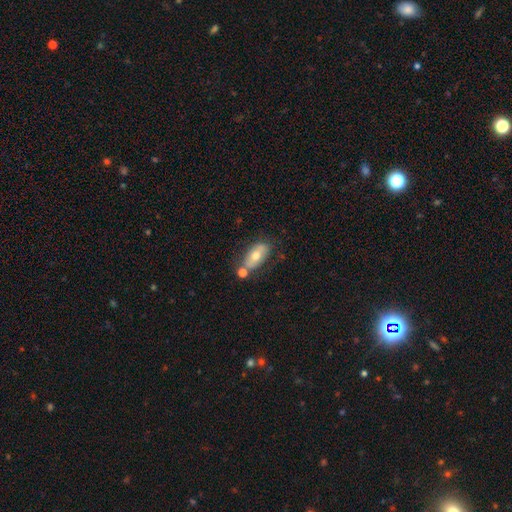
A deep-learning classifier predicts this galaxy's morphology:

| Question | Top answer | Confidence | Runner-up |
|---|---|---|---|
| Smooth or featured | smooth | 61% | featured or disk (31%) |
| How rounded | in between | 87% | cigar-shaped (9%) |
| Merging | none | 60% | merger (18%) |